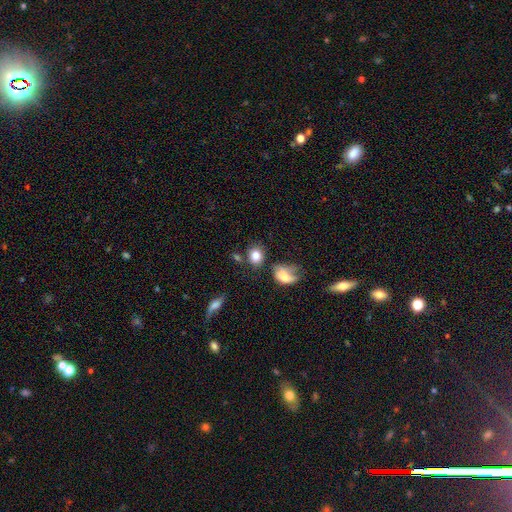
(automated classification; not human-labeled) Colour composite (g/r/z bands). It shows a smooth galaxy with no disk features (82%) that is round (60%). Merging: none (63%).